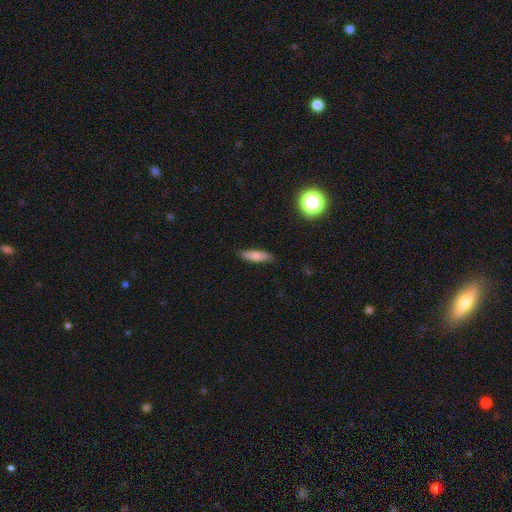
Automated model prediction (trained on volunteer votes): smooth 73%, featured or disk 19%, star or artifact 8%. Down the decision tree: how rounded — cigar-shaped (60%); merging — none (81%).